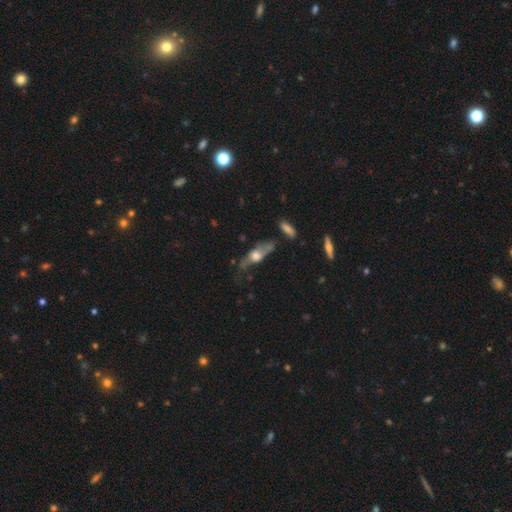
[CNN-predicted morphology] Overall: featured or disk (48%; smooth 43%). Merging: none (43%; minor disturbance 28%).